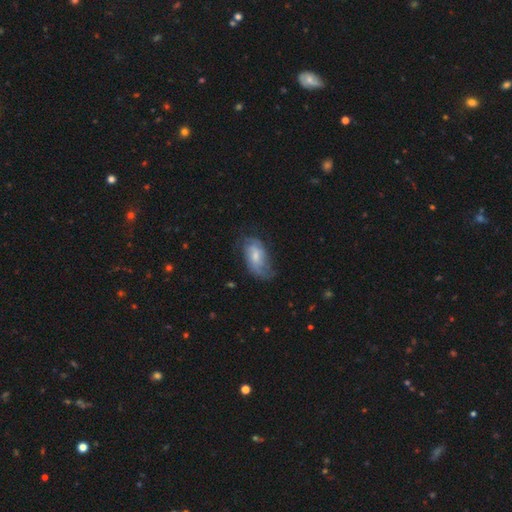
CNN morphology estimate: Smooth or featured?
  - featured or disk: 55% *
  - smooth: 38%
  - star or artifact: 7%
Edge-on disk?
  - no: 94% *
  - yes: 6%
Bar?
  - no: 54% *
  - weak: 40%
  - strong: 7%
Spiral arms?
  - yes: 81% *
  - no: 19%
Bulge size?
  - small: 43% * (tied)
  - moderate: 43% * (tied)
  - none: 8%
  - large: 5%
  - dominant: 1%
Merging?
  - none: 52% *
  - minor disturbance: 29%
  - major disturbance: 18%
  - merger: 2%